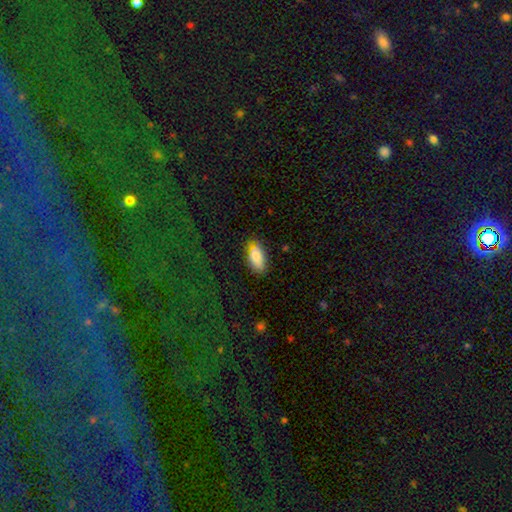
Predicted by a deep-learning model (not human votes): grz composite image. It shows a smooth galaxy with no disk features (83%) that is in between round and cigar-shaped (91%). Merging: none (79%).